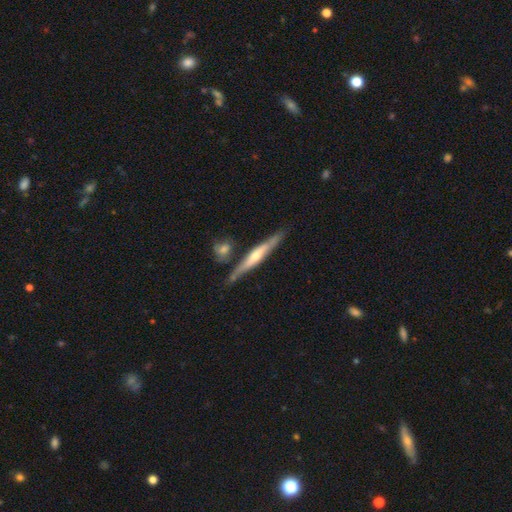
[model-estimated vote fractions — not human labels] A featured or disk galaxy (72%) viewed edge-on (94%) with a rounded central bulge (74%). Merging: none (78%).